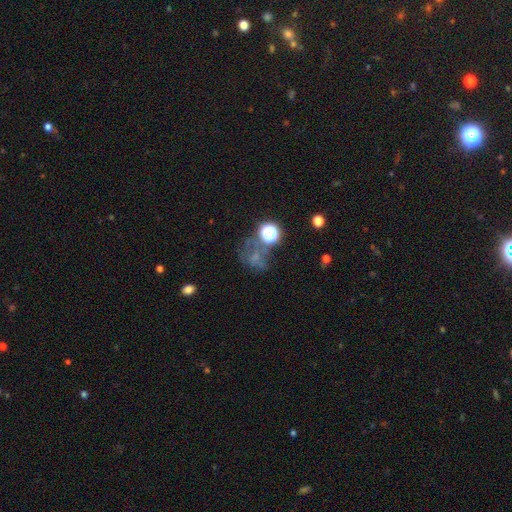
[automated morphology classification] Q: Smooth or featured?
A: star or artifact (44%); runner-up: smooth (32%)